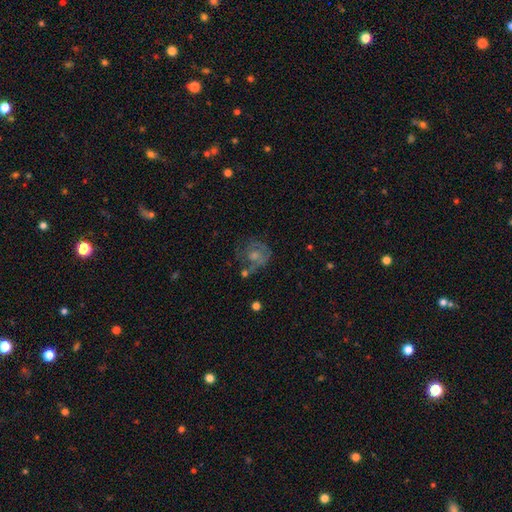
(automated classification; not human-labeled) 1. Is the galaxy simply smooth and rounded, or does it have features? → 53% featured or disk, 38% smooth, 9% star or artifact.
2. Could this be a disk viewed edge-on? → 98% no, 2% yes.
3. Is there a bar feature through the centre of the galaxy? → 79% no, 18% weak, 3% strong.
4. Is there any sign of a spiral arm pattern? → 58% yes, 42% no.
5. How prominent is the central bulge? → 45% moderate, 36% small, 12% none, 6% large, 2% dominant.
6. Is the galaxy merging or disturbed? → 40% none, 25% major disturbance, 23% minor disturbance, 12% merger.